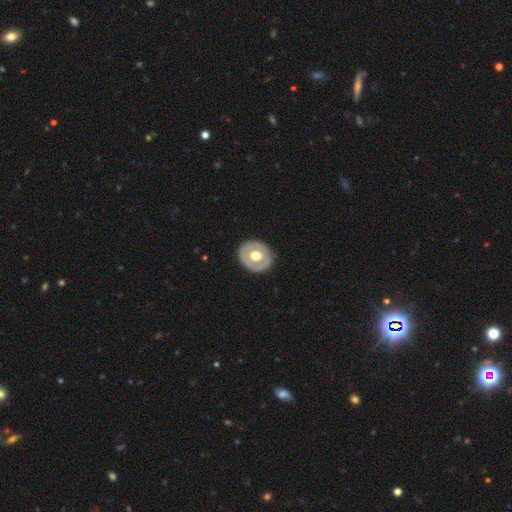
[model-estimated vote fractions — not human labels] featured or disk 49%, smooth 46%, star or artifact 5%. Down the decision tree: merging — none (86%).